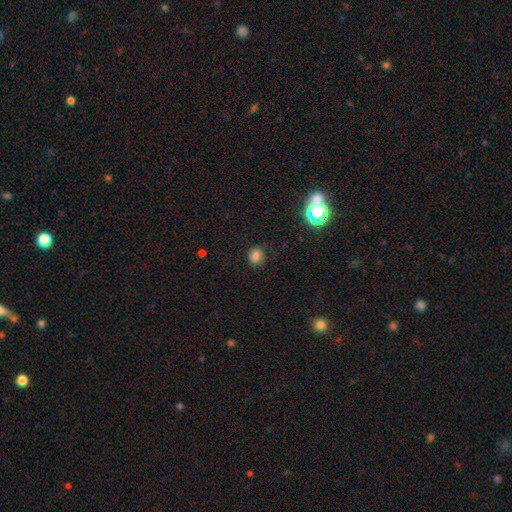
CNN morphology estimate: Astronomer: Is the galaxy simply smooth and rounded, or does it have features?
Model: smooth — 77%.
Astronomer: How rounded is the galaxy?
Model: round — 76%.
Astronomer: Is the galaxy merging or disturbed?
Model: none — 80%.